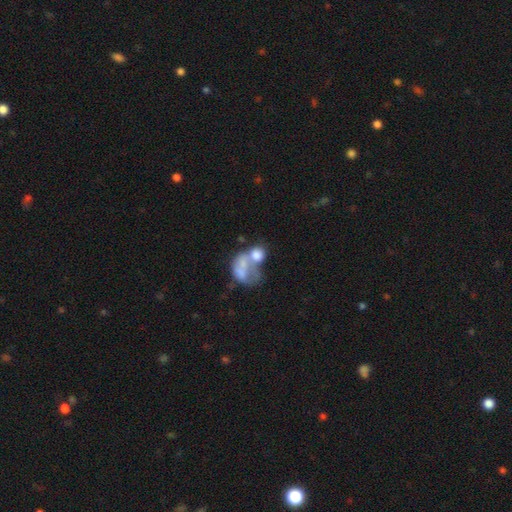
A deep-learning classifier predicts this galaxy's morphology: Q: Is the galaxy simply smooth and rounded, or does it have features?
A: smooth — 59%.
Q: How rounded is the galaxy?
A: in between — 63%.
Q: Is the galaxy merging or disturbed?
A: merger — 65%.